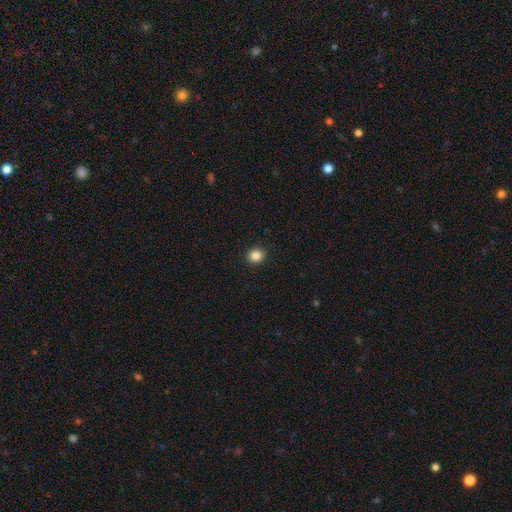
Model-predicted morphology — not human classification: smooth_or_featured: smooth (p=0.85) [alt: star or artifact p=0.11]
how_rounded: round (p=0.81) [alt: in between p=0.18]
merging: none (p=0.93) [alt: minor disturbance p=0.05]